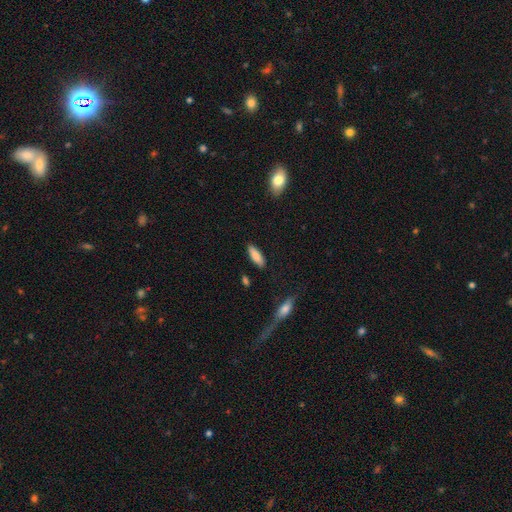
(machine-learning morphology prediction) Smooth or featured?
  - smooth: 84% *
  - featured or disk: 9%
  - star or artifact: 6%
How rounded?
  - in between: 56% *
  - cigar-shaped: 42%
  - round: 2%
Merging?
  - none: 86% *
  - minor disturbance: 10%
  - major disturbance: 2%
  - merger: 2%